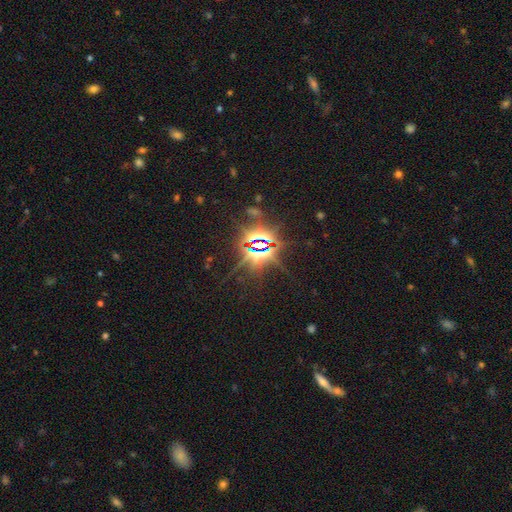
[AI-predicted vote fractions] star or artifact 83%, featured or disk 9%, smooth 7%.